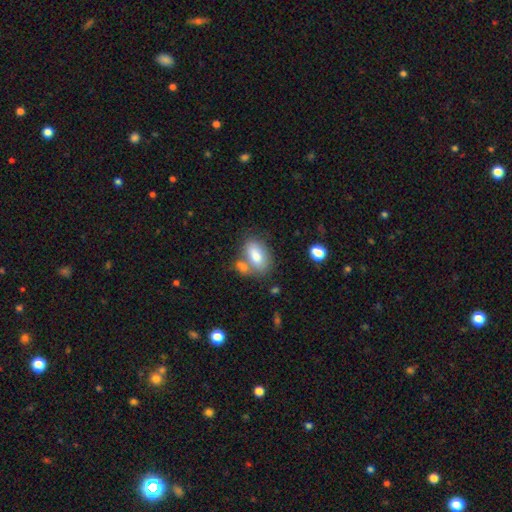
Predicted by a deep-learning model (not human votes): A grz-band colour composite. It shows a smooth galaxy with no disk features (80%) that is in between round and cigar-shaped (90%). Merging: none (52%).